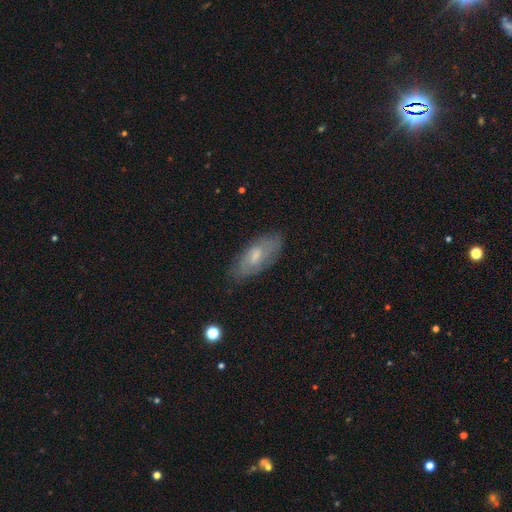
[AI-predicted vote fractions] The model was most divided on "smooth or featured": smooth: 47%, featured or disk: 46%, star or artifact: 7%. More confident: merging — none (73%).